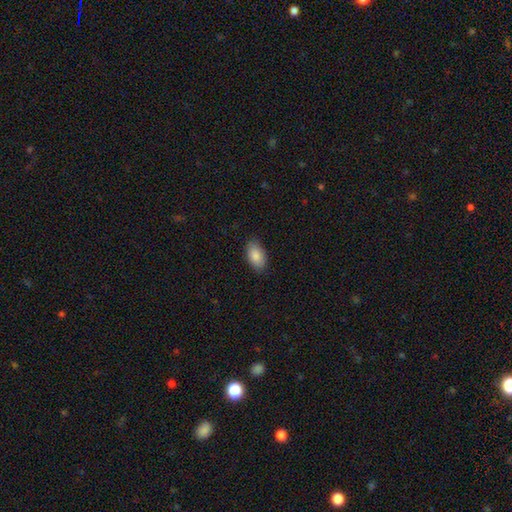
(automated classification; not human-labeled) This is clearly a smooth galaxy (87%). How rounded: clearly in between (94%). Merging: clearly none (85%).